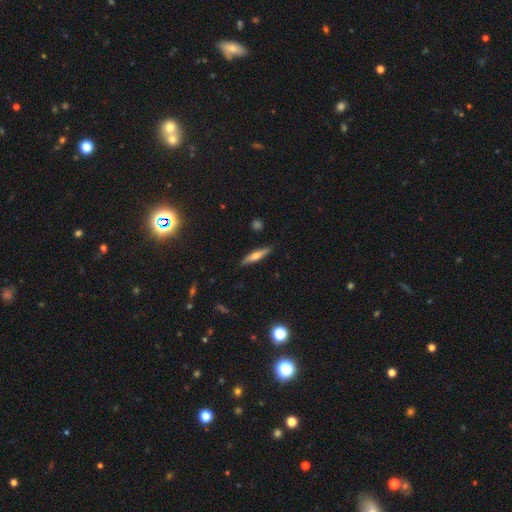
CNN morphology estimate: A smooth galaxy with no disk features (47%). Merging: none (87%).